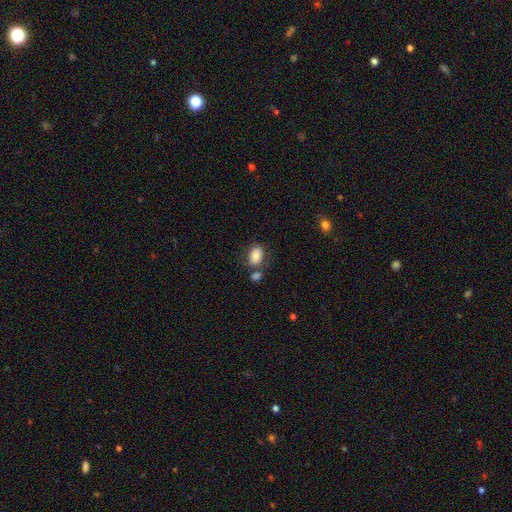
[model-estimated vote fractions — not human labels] This appears to be a smooth galaxy with no disk features (82%) that is in between round and cigar-shaped (83%). Merging: none (53%).